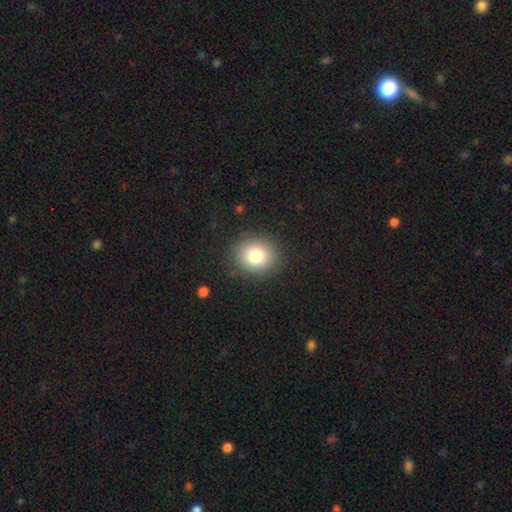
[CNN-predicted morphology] This is clearly a smooth galaxy (80%). How rounded: clearly round (80%). Merging: clearly none (88%).